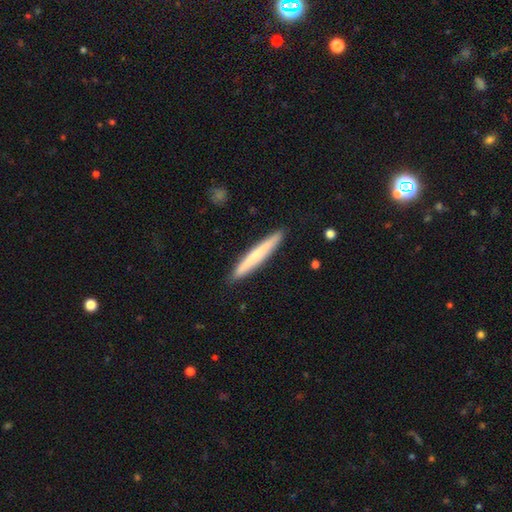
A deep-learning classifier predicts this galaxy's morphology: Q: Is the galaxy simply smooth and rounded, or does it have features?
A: smooth — 64%.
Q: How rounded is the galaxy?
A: cigar-shaped — 96%.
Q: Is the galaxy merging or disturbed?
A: none — 91%.